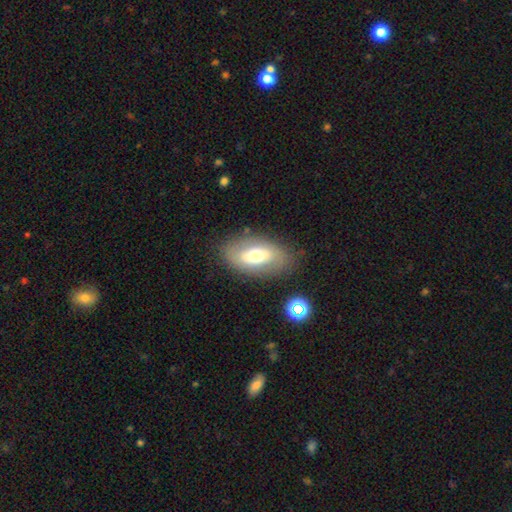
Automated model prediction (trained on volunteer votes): smooth_or_featured: smooth (p=0.50) [alt: featured or disk p=0.42]
merging: none (p=0.79) [alt: minor disturbance p=0.13]